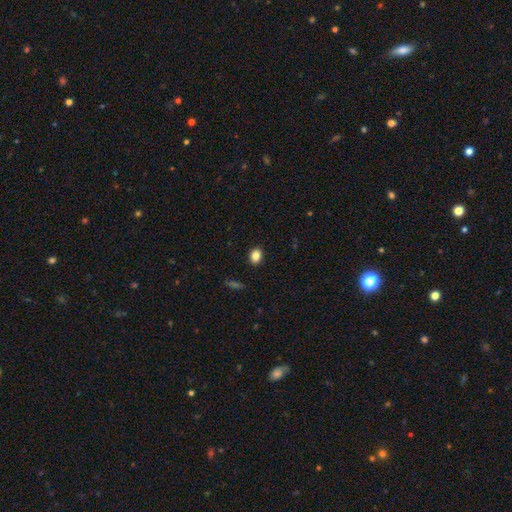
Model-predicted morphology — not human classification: Smooth or featured? smooth (84%)
How rounded? in between (63%)
Merging? none (90%)